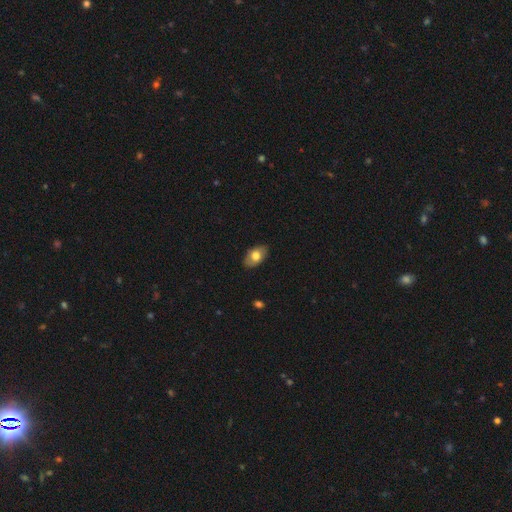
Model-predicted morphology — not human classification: smooth 72%, featured or disk 21%, star or artifact 7%. Down the decision tree: how rounded — in between (91%); merging — none (84%).